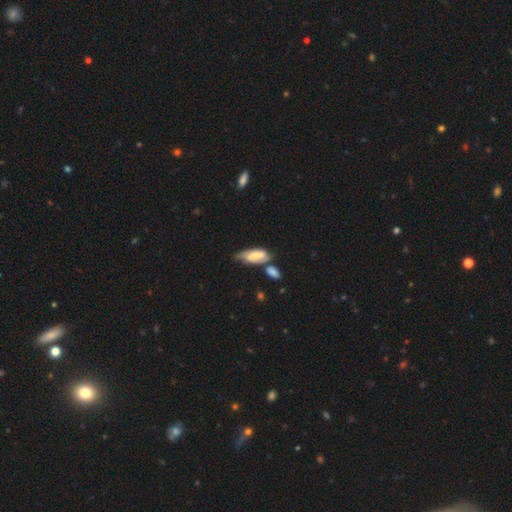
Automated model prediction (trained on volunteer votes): smooth_or_featured: smooth (p=0.54) [alt: featured or disk p=0.39]
how_rounded: in between (p=0.79) [alt: cigar-shaped p=0.18]
merging: none (p=0.35) [alt: merger p=0.27]